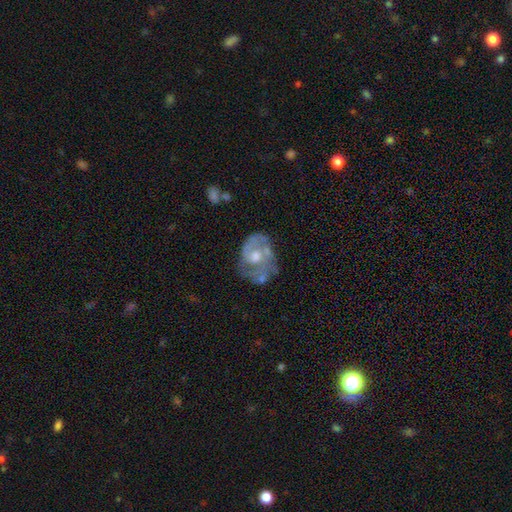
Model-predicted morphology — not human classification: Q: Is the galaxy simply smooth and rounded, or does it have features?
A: featured or disk — 73%.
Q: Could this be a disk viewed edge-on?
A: no — 97%.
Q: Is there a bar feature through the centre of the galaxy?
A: no — 73%.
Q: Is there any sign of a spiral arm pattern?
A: yes — 69%.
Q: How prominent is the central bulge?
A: moderate — 67%.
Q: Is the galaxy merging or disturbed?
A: none — 49%.